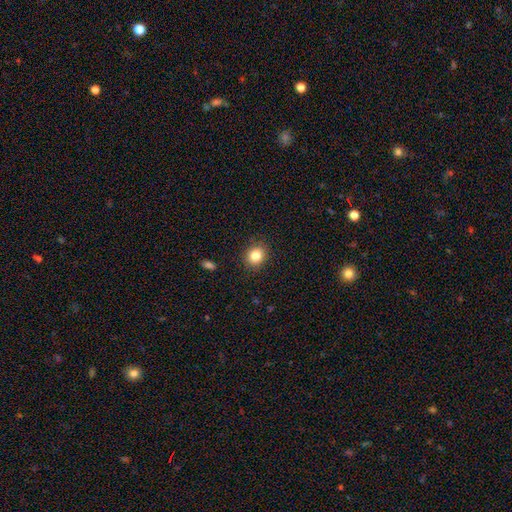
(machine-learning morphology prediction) Q: Smooth or featured?
A: smooth (83%); runner-up: star or artifact (11%)
Q: How rounded?
A: round (70%); runner-up: in between (29%)
Q: Merging?
A: none (89%); runner-up: minor disturbance (8%)